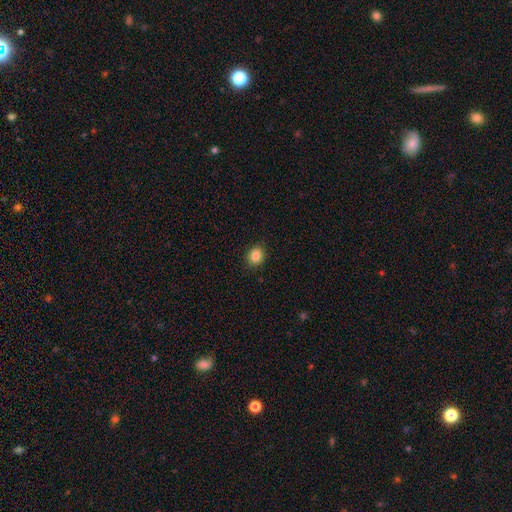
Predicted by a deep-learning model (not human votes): The model was most divided on "how rounded": round: 64%, in between: 36%, cigar-shaped: 1%. More confident: merging — none (89%); smooth or featured — smooth (85%).